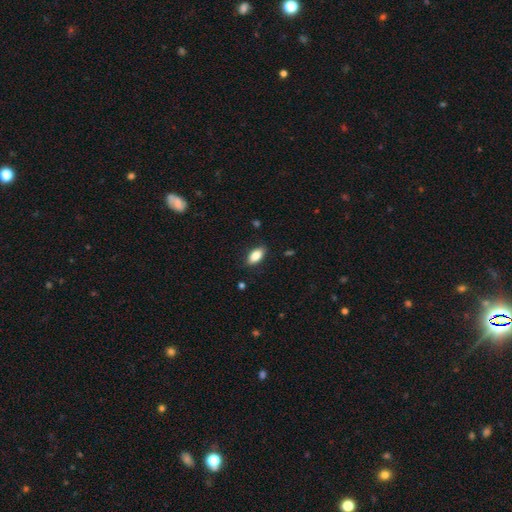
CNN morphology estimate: Smooth or featured?
  - smooth: 84% *
  - featured or disk: 8%
  - star or artifact: 7%
How rounded?
  - in between: 89% *
  - cigar-shaped: 7%
  - round: 4%
Merging?
  - none: 84% *
  - minor disturbance: 12%
  - major disturbance: 3%
  - merger: 1%